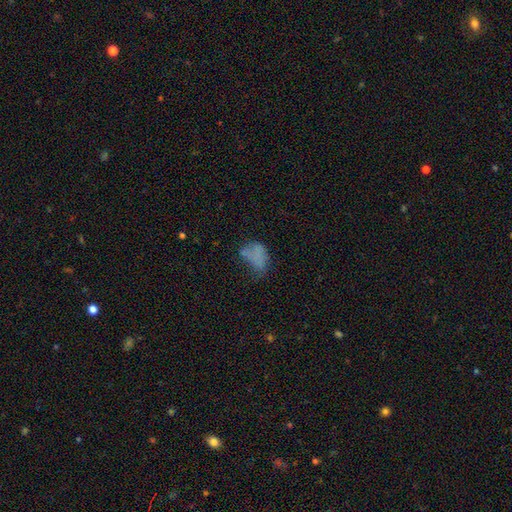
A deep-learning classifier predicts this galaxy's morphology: smooth_or_featured: smooth (p=0.59) [alt: featured or disk p=0.25]
how_rounded: in between (p=0.80) [alt: round p=0.18]
merging: major disturbance (p=0.34) [alt: none p=0.31]